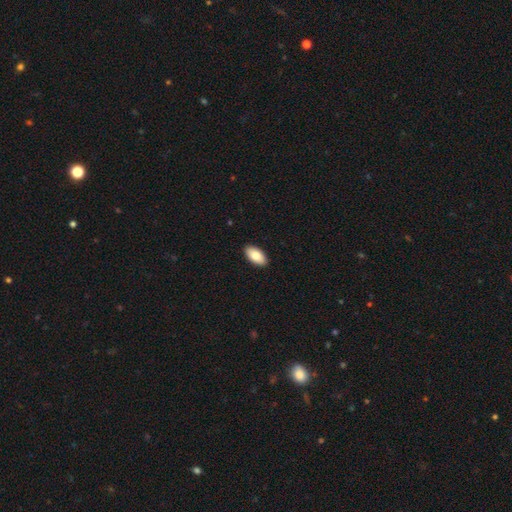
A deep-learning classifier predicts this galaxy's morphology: Overall: smooth (83%). How rounded: in between (94%). Merging: none (91%).